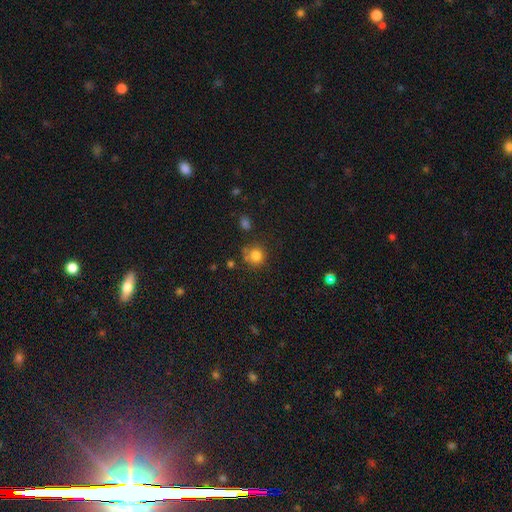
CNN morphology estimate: This appears to be a smooth galaxy with no disk features (82%) that is round (88%). Merging: none (69%).